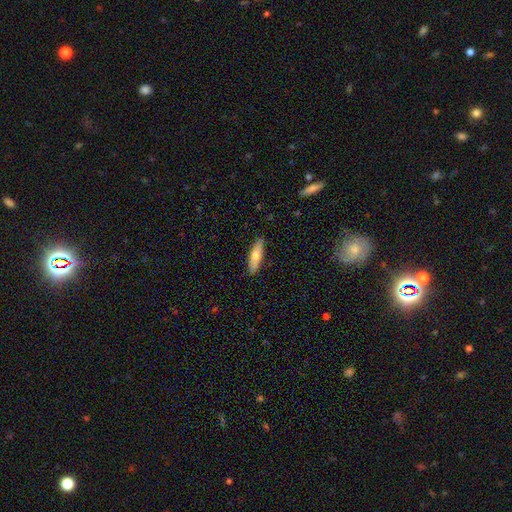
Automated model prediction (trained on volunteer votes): smooth 67%, featured or disk 28%, star or artifact 6%. Down the decision tree: how rounded — cigar-shaped (62%); merging — none (89%).